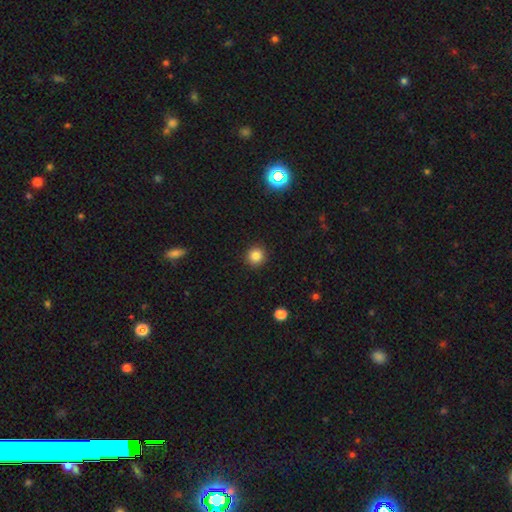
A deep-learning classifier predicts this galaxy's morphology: The model was most divided on "smooth or featured": smooth: 84%, star or artifact: 12%, featured or disk: 4%. More confident: how rounded — round (94%); merging — none (92%).